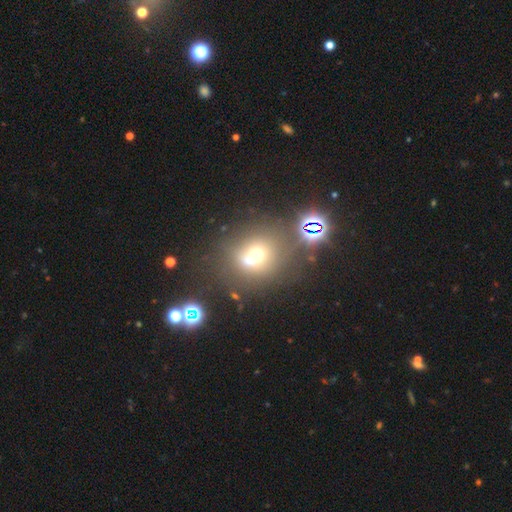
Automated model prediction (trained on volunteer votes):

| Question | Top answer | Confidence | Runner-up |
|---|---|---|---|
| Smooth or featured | smooth | 55% | star or artifact (24%) |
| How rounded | round | 77% | in between (22%) |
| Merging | none | 51% | merger (20%) |